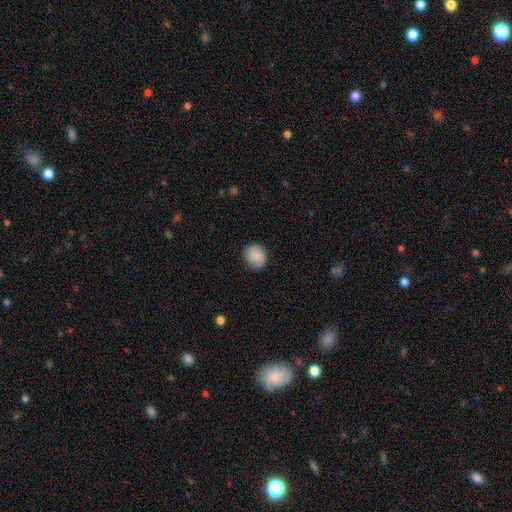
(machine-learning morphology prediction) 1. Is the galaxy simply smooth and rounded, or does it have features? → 82% smooth, 11% featured or disk, 8% star or artifact.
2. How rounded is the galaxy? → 81% round, 18% in between, 1% cigar-shaped.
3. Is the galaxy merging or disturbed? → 82% none, 13% minor disturbance, 4% major disturbance, 1% merger.